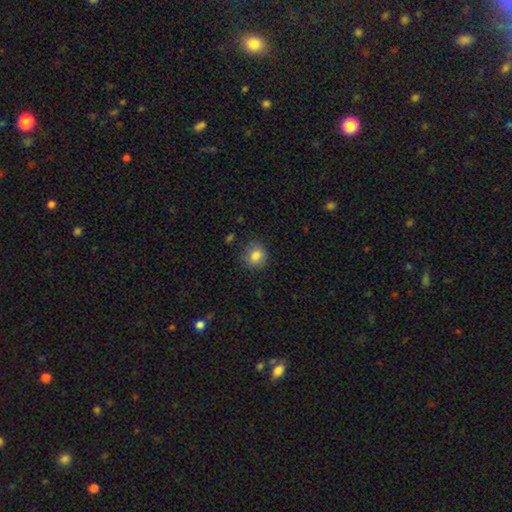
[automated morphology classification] A smooth galaxy with no disk features (84%) that is round (79%).

Vote fractions:
- Smooth or featured? smooth: 84% / star or artifact: 9% / featured or disk: 6%
- How rounded? round: 79% / in between: 20% / cigar-shaped: 1%
- Merging? none: 83% / minor disturbance: 13% / major disturbance: 3% / merger: 1%